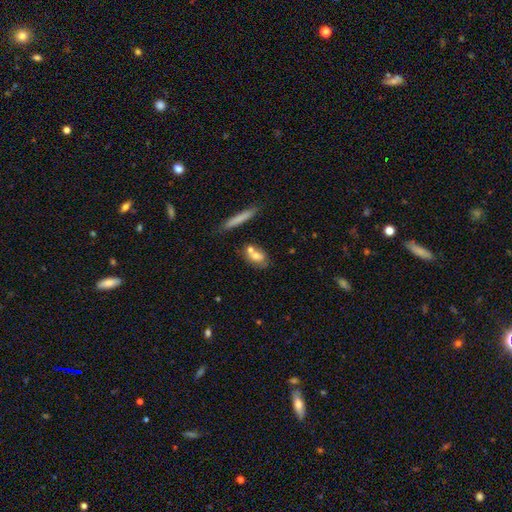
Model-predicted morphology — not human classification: Smooth or featured: smooth — 67% (featured or disk — 24%)
How rounded: in between — 63% (round — 21%)
Merging: none — 49% (merger — 32%)